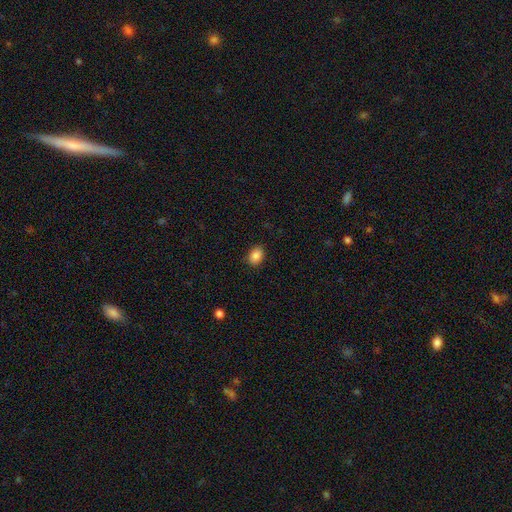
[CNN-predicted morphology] Overall: smooth (87%). How rounded: in between (70%). Merging: none (86%).